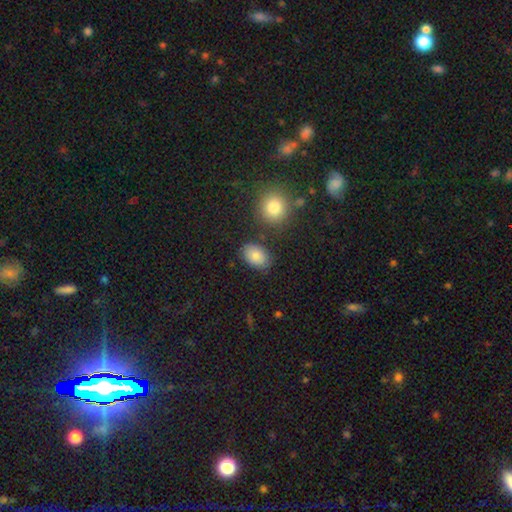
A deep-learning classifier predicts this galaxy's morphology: Smooth or featured: smooth — 82% (star or artifact — 9%)
How rounded: in between — 82% (round — 17%)
Merging: none — 80% (minor disturbance — 12%)